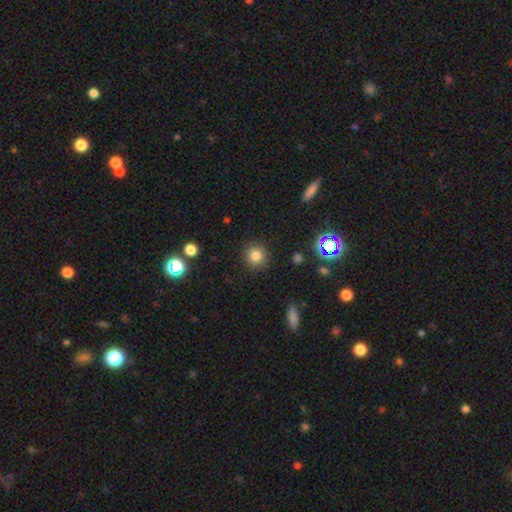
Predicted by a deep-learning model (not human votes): Smooth or featured: smooth — 81% (star or artifact — 13%)
How rounded: round — 92% (in between — 7%)
Merging: none — 90% (minor disturbance — 6%)